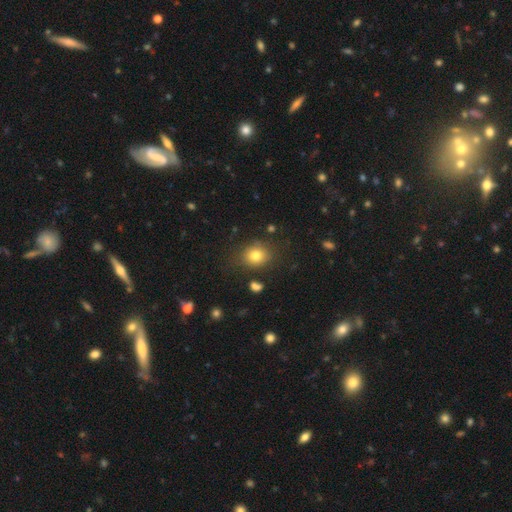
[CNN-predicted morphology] The model was most divided on "how rounded": round: 59%, in between: 40%, cigar-shaped: 1%. More confident: smooth or featured — smooth (80%); merging — none (79%).